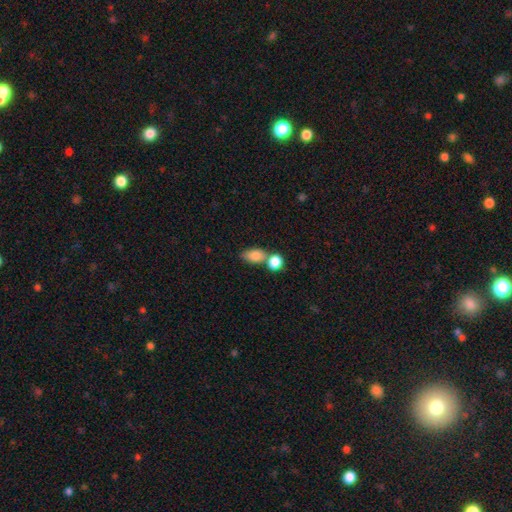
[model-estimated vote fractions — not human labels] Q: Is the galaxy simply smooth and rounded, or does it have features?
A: smooth — 83%.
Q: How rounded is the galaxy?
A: in between — 80%.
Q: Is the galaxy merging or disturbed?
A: none — 43%.